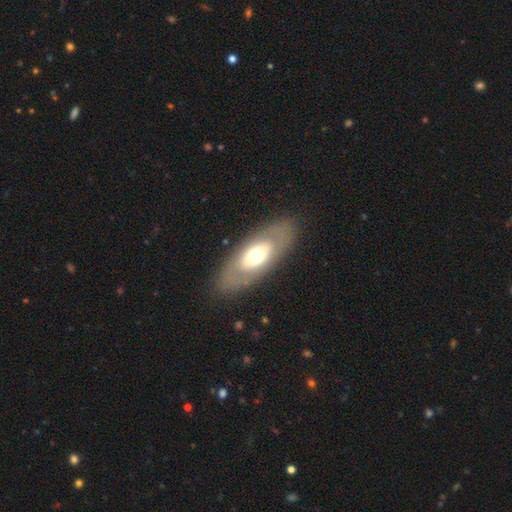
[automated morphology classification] A smooth galaxy with no disk features (49%). Merging: none (83%).